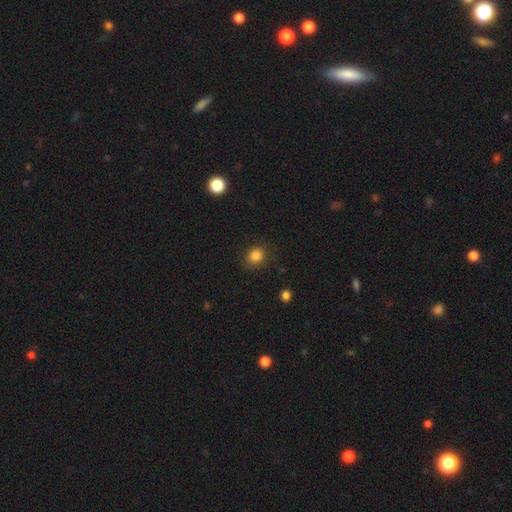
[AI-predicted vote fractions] smooth 84%, star or artifact 11%, featured or disk 5%. Down the decision tree: how rounded — round (77%); merging — none (86%).